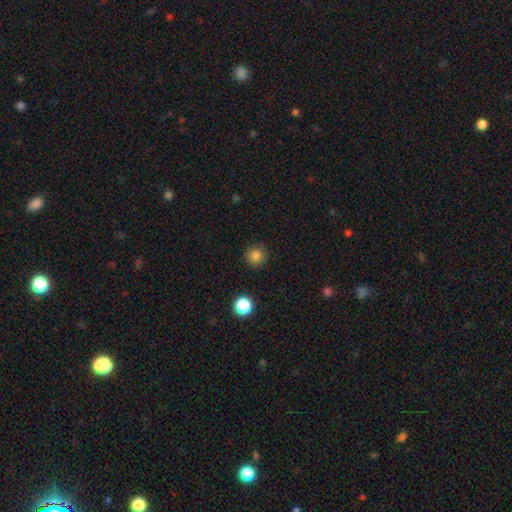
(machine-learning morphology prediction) smooth_or_featured: smooth (p=0.82) [alt: star or artifact p=0.12]
how_rounded: round (p=0.95) [alt: in between p=0.04]
merging: none (p=0.91) [alt: minor disturbance p=0.06]